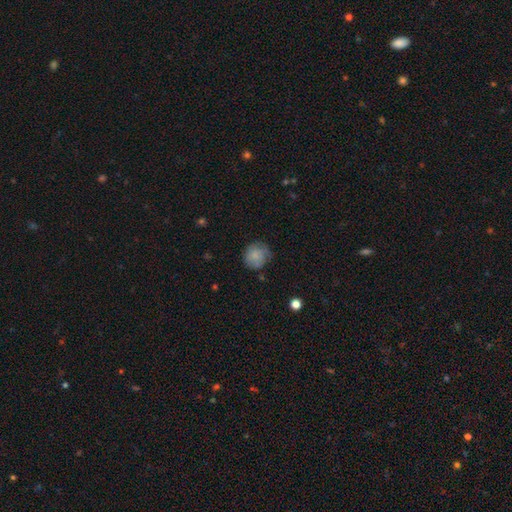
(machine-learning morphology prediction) Q: Smooth or featured?
A: smooth (77%); runner-up: featured or disk (15%)
Q: How rounded?
A: round (84%); runner-up: in between (15%)
Q: Merging?
A: none (65%); runner-up: minor disturbance (25%)